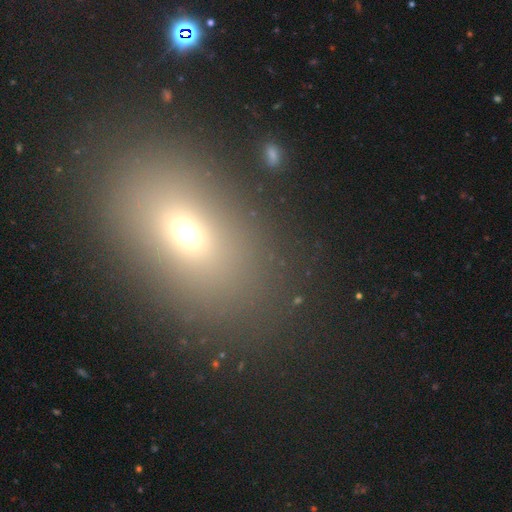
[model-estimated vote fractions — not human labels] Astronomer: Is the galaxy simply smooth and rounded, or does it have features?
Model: smooth — 64%.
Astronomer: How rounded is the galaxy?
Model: in between — 77%.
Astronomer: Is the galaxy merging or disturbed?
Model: none — 85%.